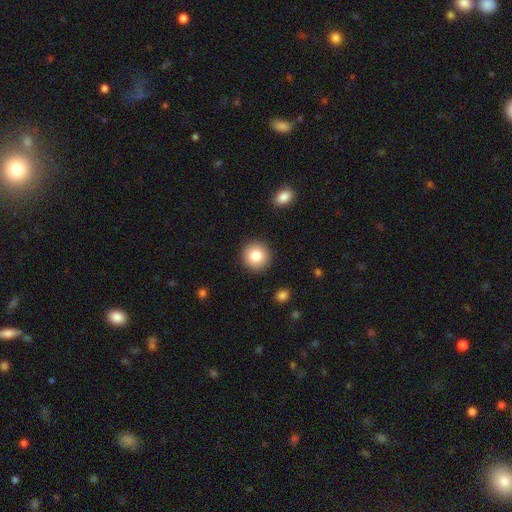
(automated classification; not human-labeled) Smooth or featured: smooth — 82% (star or artifact — 9%)
How rounded: round — 95% (in between — 4%)
Merging: none — 91% (minor disturbance — 6%)